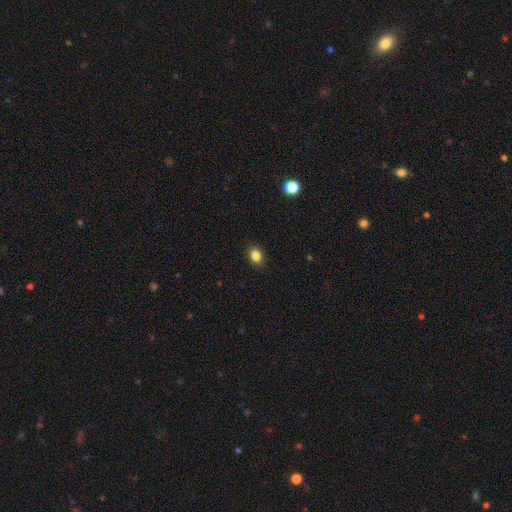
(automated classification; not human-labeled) Q: Smooth or featured?
A: smooth (86%); runner-up: star or artifact (10%)
Q: How rounded?
A: in between (59%); runner-up: round (40%)
Q: Merging?
A: none (89%); runner-up: minor disturbance (8%)